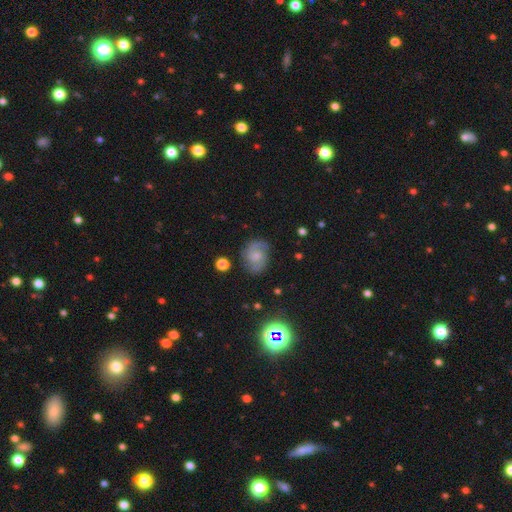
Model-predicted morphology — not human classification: smooth_or_featured: featured or disk (p=0.73) [alt: smooth p=0.18]
disk_edge_on: no (p=0.98) [alt: yes p=0.02]
bar: no (p=0.61) [alt: weak p=0.34]
has_spiral_arms: yes (p=0.94) [alt: no p=0.06]
spiral_winding: medium (p=0.50) [alt: tight p=0.34]
spiral_arm_count: 2 (p=0.85) [alt: can't tell p=0.07]
bulge_size: small (p=0.50) [alt: moderate p=0.27]
merging: none (p=0.77) [alt: minor disturbance p=0.15]